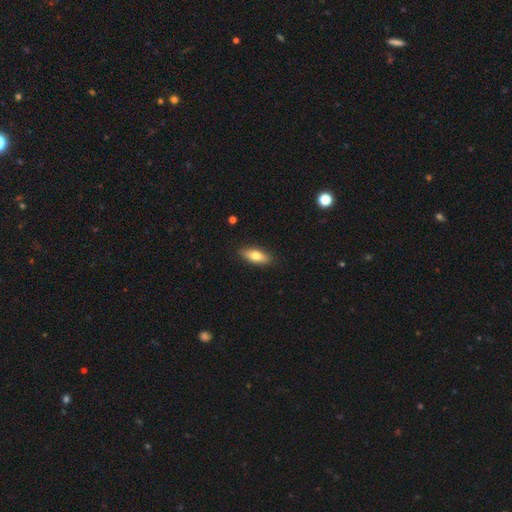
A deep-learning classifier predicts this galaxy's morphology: Smooth or featured: smooth — 72% (featured or disk — 22%)
How rounded: in between — 74% (cigar-shaped — 23%)
Merging: none — 88% (minor disturbance — 9%)